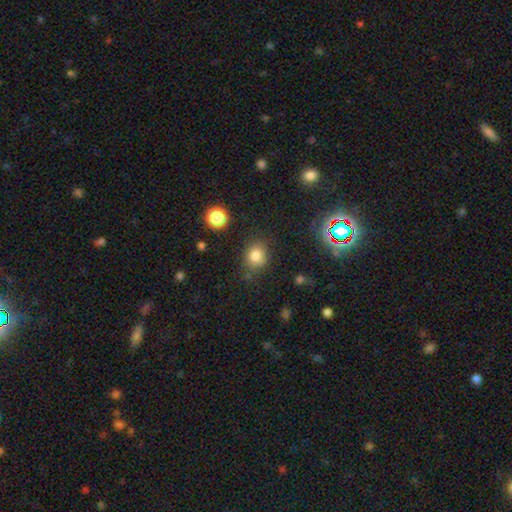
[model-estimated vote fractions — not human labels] A smooth galaxy with no disk features (78%) that is round (68%). Merging: none (77%).